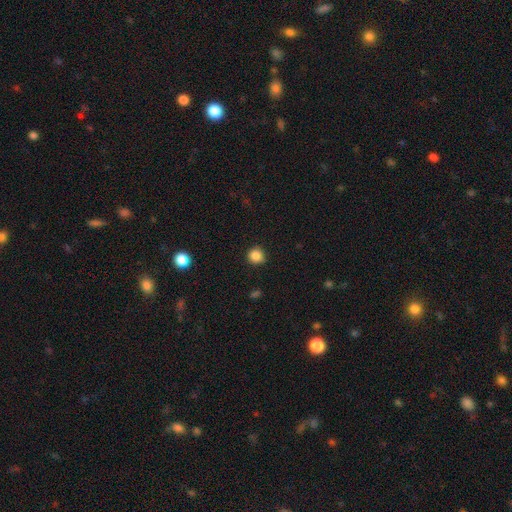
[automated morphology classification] A smooth galaxy with no disk features (86%) that is round (92%). Merging: none (90%).